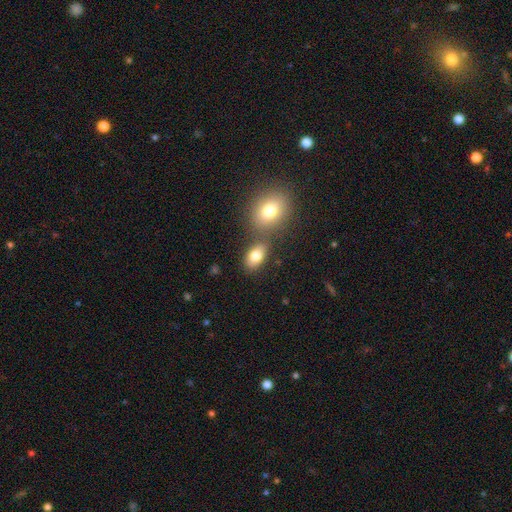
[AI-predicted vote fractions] This appears to be a smooth galaxy with no disk features (79%) that is in between round and cigar-shaped (85%). Merging: none (62%).